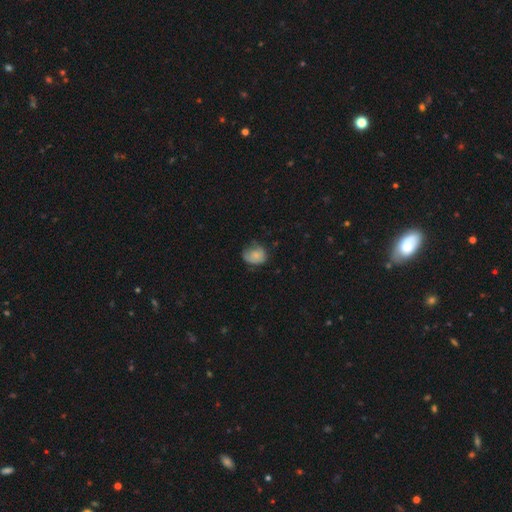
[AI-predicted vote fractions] This is likely a smooth galaxy (73%). How rounded: possibly round (57%). Merging: possibly none (50%).